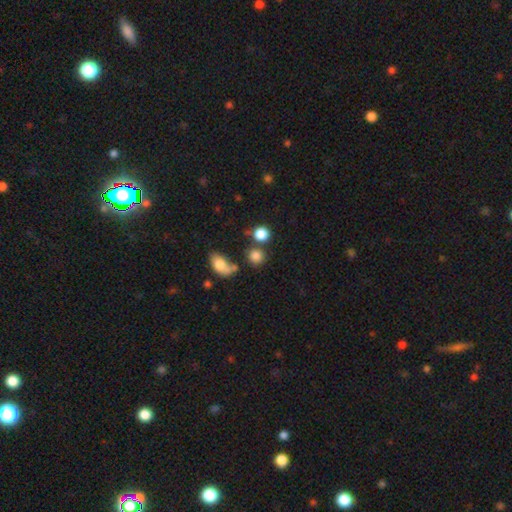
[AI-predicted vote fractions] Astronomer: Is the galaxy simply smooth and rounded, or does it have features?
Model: smooth — 80%.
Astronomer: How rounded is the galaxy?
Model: round — 85%.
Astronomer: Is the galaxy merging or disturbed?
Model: none — 66%.